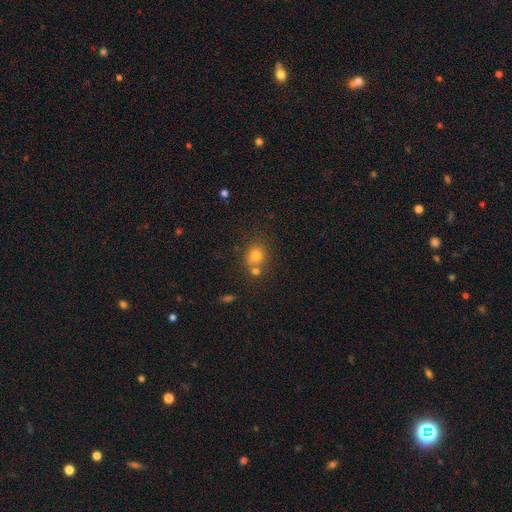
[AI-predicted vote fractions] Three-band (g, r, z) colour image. It shows a smooth galaxy with no disk features (74%) that is round (74%). Merging: none (54%).